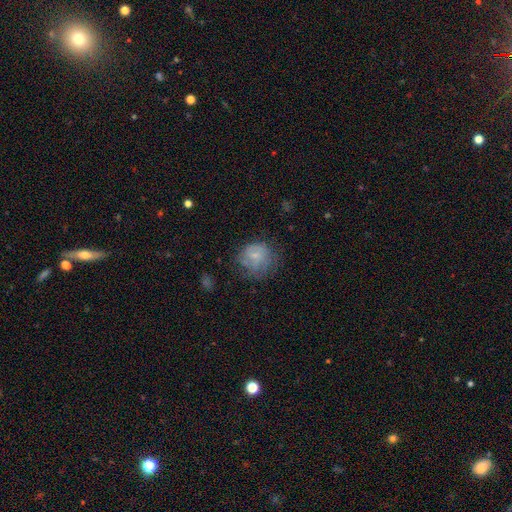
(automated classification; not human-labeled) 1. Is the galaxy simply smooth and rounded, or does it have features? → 49% smooth, 41% featured or disk, 10% star or artifact.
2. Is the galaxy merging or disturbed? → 52% none, 26% minor disturbance, 20% major disturbance, 2% merger.